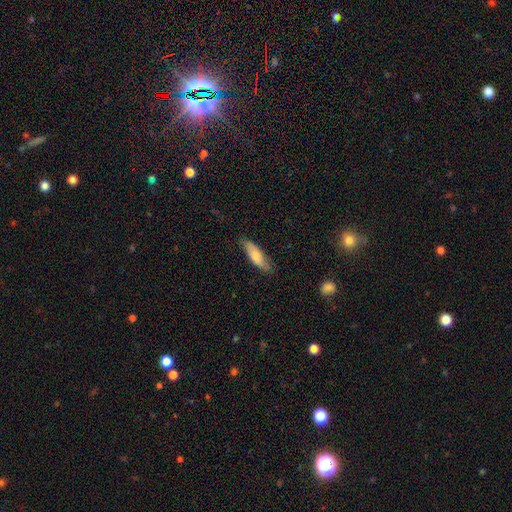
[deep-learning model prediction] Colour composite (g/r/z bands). It shows a smooth galaxy with no disk features (75%) that is cigar-shaped (51%). Merging: none (77%).